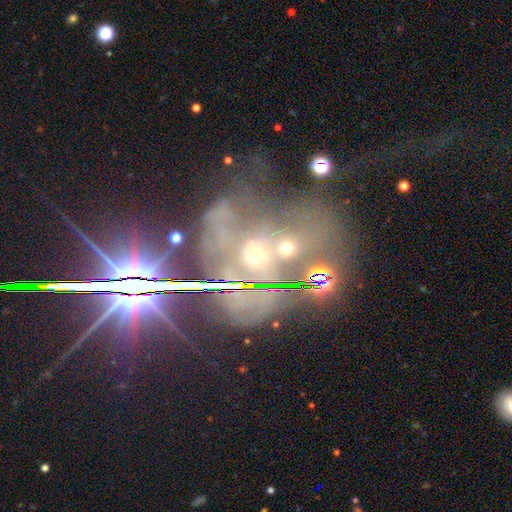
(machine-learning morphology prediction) A featured or disk galaxy (47%). Merging: none (32%).